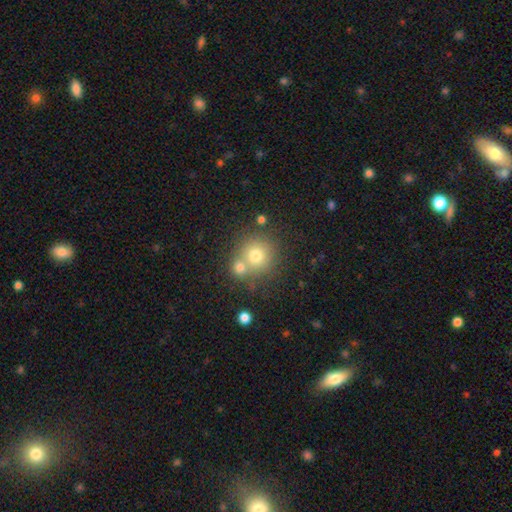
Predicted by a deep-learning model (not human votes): Smooth or featured: smooth — 72% (star or artifact — 14%)
How rounded: round — 90% (in between — 9%)
Merging: none — 56% (merger — 33%)